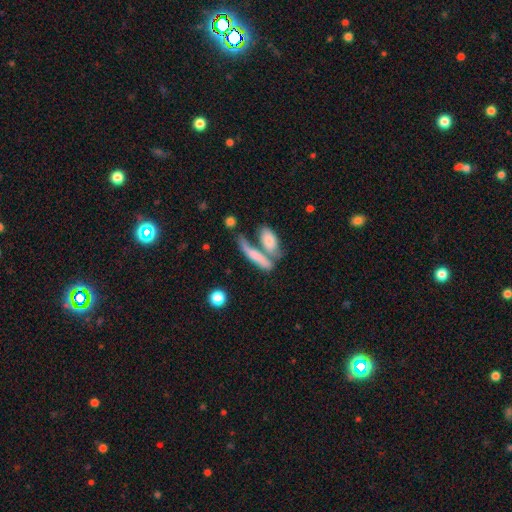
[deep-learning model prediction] Smooth or featured: smooth — 67% (featured or disk — 26%)
How rounded: cigar-shaped — 62% (in between — 34%)
Merging: merger — 45% (none — 34%)